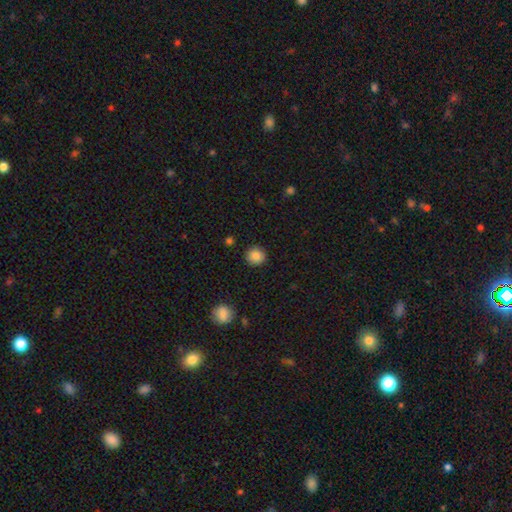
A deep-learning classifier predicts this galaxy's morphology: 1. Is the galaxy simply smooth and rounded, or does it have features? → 86% smooth, 9% star or artifact, 4% featured or disk.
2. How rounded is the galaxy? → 90% round, 9% in between, 1% cigar-shaped.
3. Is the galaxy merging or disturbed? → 90% none, 6% minor disturbance, 2% major disturbance, 1% merger.